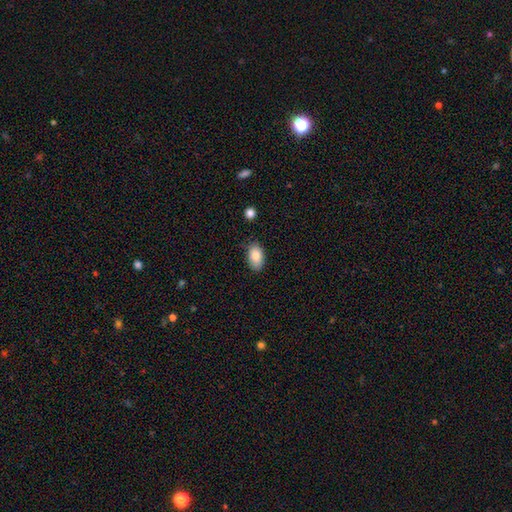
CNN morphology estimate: The model was most divided on "merging": none: 77%, minor disturbance: 18%, major disturbance: 3%, merger: 2%. More confident: how rounded — in between (93%); smooth or featured — smooth (85%).